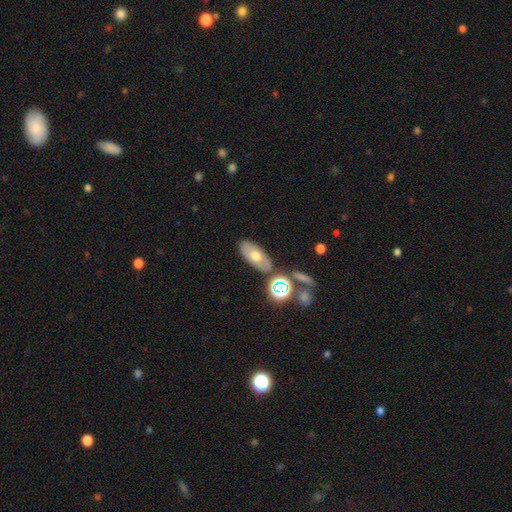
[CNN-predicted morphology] Smooth or featured: smooth — 55% (featured or disk — 33%)
How rounded: in between — 89% (round — 6%)
Merging: none — 79% (minor disturbance — 11%)